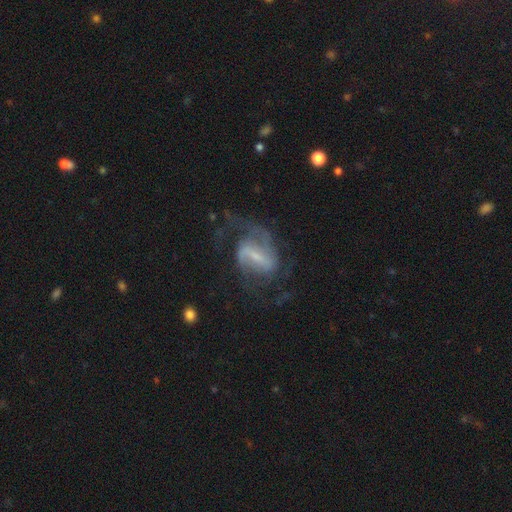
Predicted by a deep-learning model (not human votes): smooth-or-featured: featured or disk: 85% | smooth: 9% | star or artifact: 6%
  disk-edge-on: no: 97% | yes: 3%
    bar: strong: 46% | weak: 42% | no: 11%
    has-spiral-arms: yes: 94% | no: 6%
      spiral-winding: medium: 50% | loose: 31% | tight: 19%
      spiral-arm-count: 2: 72% | can't tell: 10% | 1: 8% | 3: 6% | 4: 2% | more than 4: 2%
    bulge-size: small: 57% | moderate: 21% | none: 16% | large: 4% | dominant: 1%
  merging: none: 54% | major disturbance: 27% | minor disturbance: 17% | merger: 2%